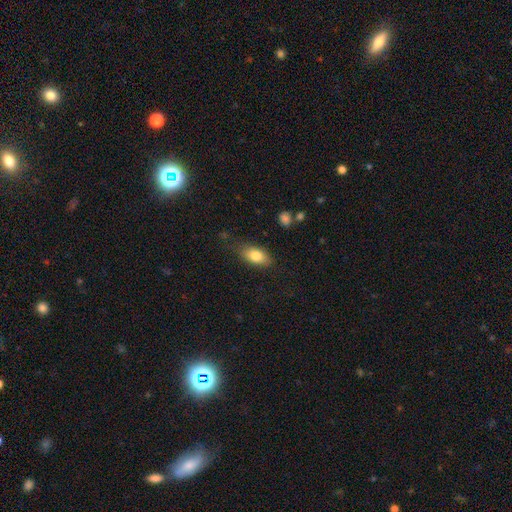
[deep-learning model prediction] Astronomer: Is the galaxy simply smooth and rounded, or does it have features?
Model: smooth — 81%.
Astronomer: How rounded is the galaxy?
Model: in between — 87%.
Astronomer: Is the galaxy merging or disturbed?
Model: none — 76%.